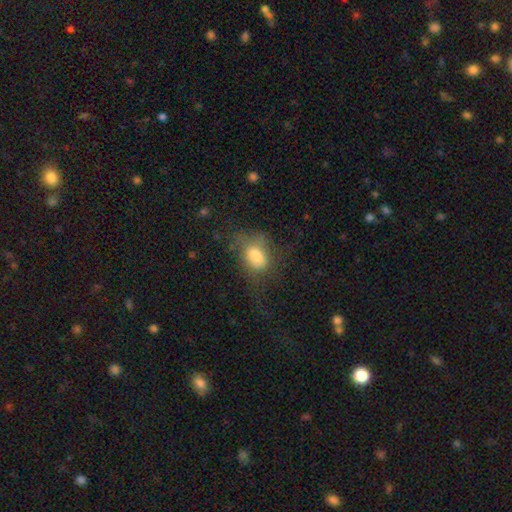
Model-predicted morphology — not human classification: The model was most divided on "merging": none: 43%, major disturbance: 29%, minor disturbance: 25%, merger: 2%. More confident: smooth or featured — smooth (74%); how rounded — in between (70%).